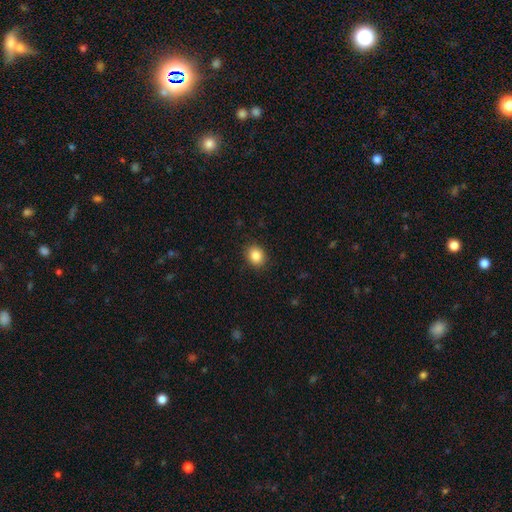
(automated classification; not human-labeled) A smooth galaxy with no disk features (86%) that is round (63%).

Vote fractions:
- Smooth or featured? smooth: 86% / star or artifact: 9% / featured or disk: 5%
- How rounded? round: 63% / in between: 36% / cigar-shaped: 1%
- Merging? none: 90% / minor disturbance: 7% / major disturbance: 2% / merger: 1%